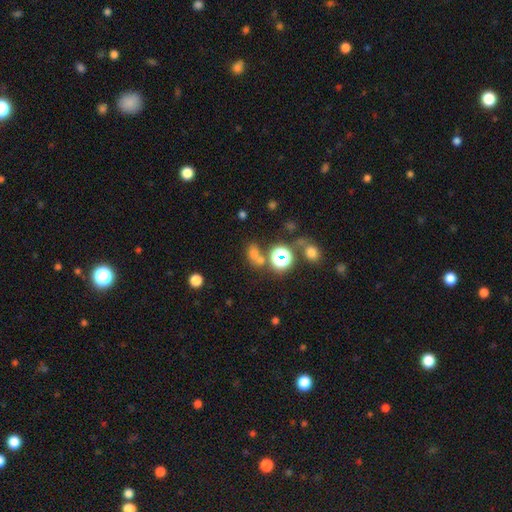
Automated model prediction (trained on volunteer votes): Overall: smooth (57%; star or artifact 33%). How rounded: in between (49%; round 48%). Merging: none (50%; merger 29%).